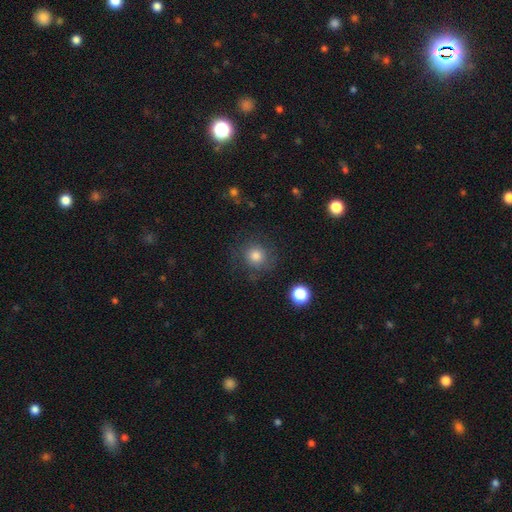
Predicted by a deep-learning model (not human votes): smooth-or-featured: smooth: 77% | star or artifact: 12% | featured or disk: 10%
  how-rounded: round: 91% | in between: 8% | cigar-shaped: 1%
  merging: none: 78% | minor disturbance: 13% | major disturbance: 7% | merger: 2%